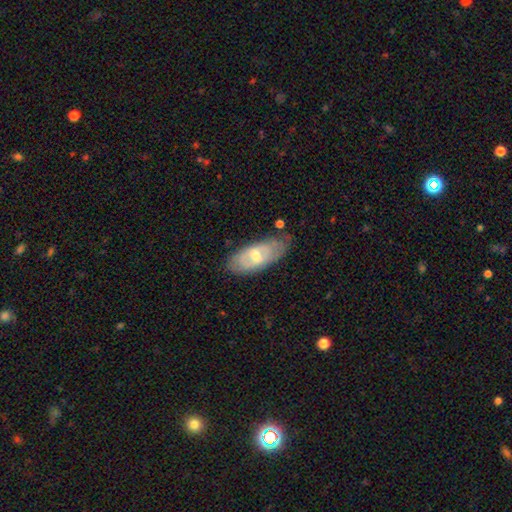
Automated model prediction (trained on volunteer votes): featured or disk 59%, smooth 35%, star or artifact 6%. Down the decision tree: edge-on disk — no (85%); bar — weak (45%); spiral arms — yes (52%); bulge size — moderate (65%); merging — none (66%).